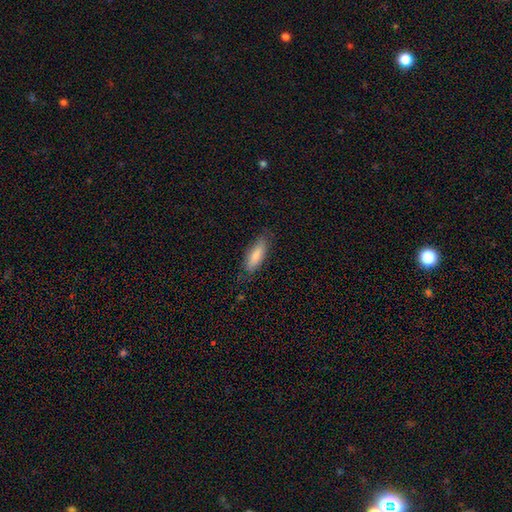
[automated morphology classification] Smooth or featured? Predicted: smooth (p=0.83). How rounded? Predicted: in between (p=0.59). Merging? Predicted: none (p=0.79).